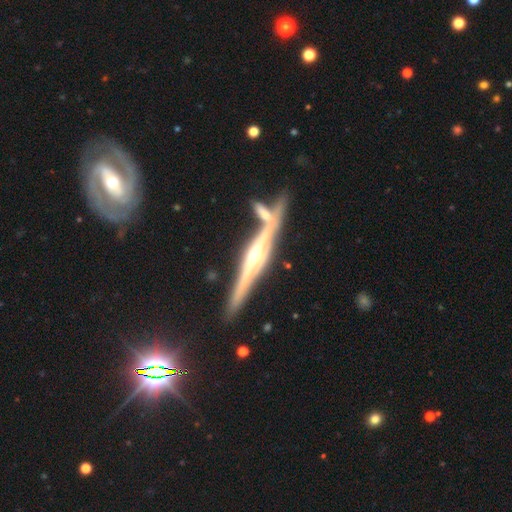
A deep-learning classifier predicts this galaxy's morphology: featured or disk 86%, smooth 8%, star or artifact 6%. Down the decision tree: edge-on disk — yes (97%); edge-on bulge — rounded (85%); merging — none (68%).